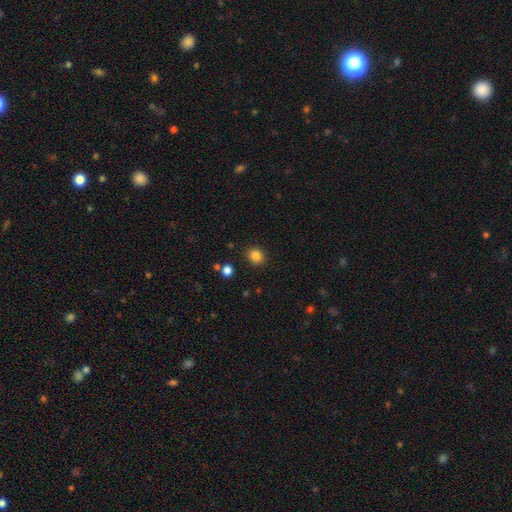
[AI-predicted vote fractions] The model was most divided on "how rounded": round: 79%, in between: 20%, cigar-shaped: 1%. More confident: merging — none (90%); smooth or featured — smooth (84%).